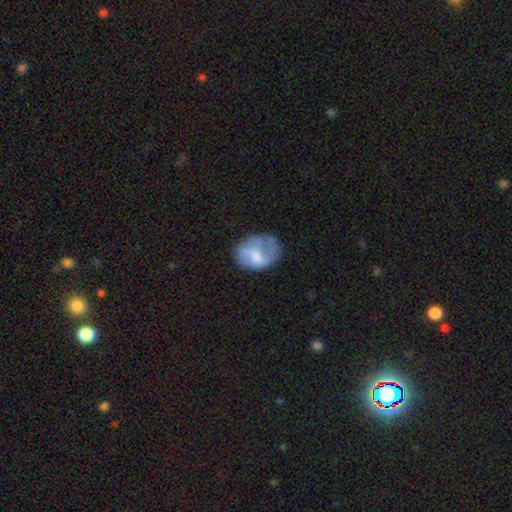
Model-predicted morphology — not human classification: smooth-or-featured: smooth: 48% | featured or disk: 45% | star or artifact: 7%
  merging: none: 44% | minor disturbance: 29% | major disturbance: 24% | merger: 3%